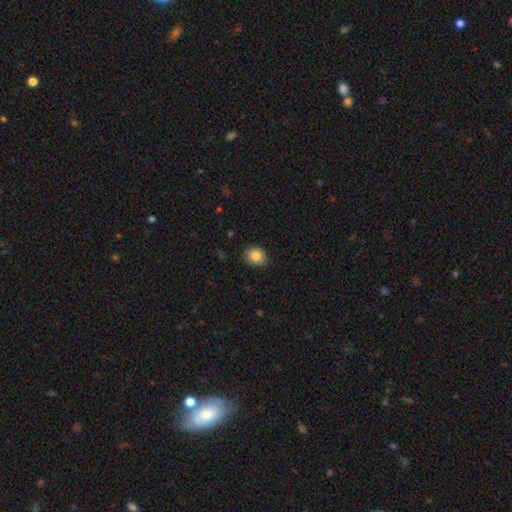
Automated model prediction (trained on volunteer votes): Smooth or featured: smooth — 84% (star or artifact — 9%)
How rounded: round — 65% (in between — 34%)
Merging: none — 88% (minor disturbance — 10%)